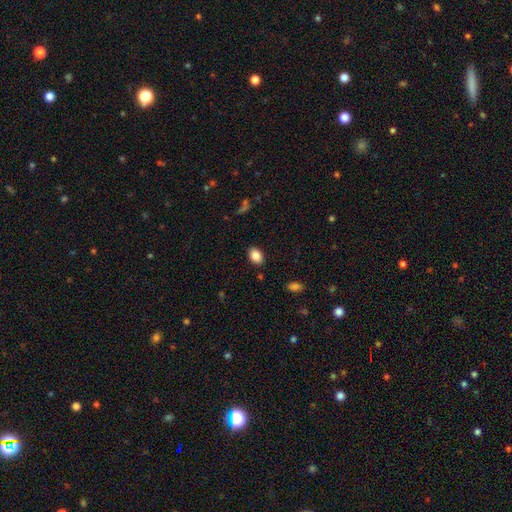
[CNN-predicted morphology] Overall: smooth (87%). How rounded: in between (82%). Merging: none (87%).